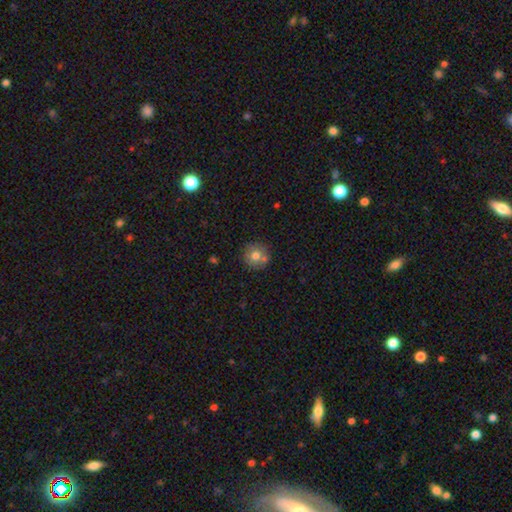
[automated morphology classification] Overall: smooth (74%). How rounded: round (93%). Merging: none (74%).